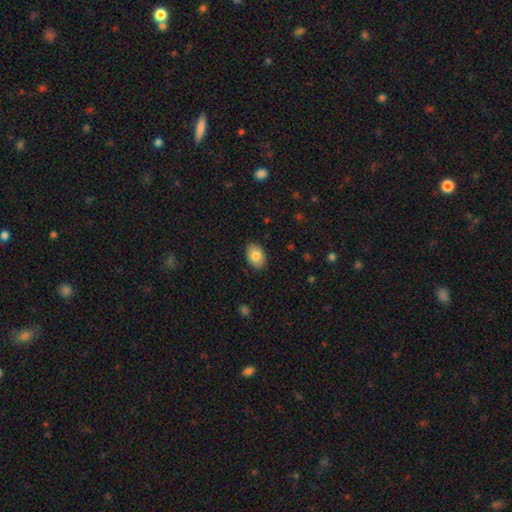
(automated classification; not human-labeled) A smooth galaxy with no disk features (83%) that is in between round and cigar-shaped (83%).

Vote fractions:
- Smooth or featured? smooth: 83% / featured or disk: 9% / star or artifact: 7%
- How rounded? in between: 83% / round: 16% / cigar-shaped: 1%
- Merging? none: 88% / minor disturbance: 9% / major disturbance: 2% / merger: 1%